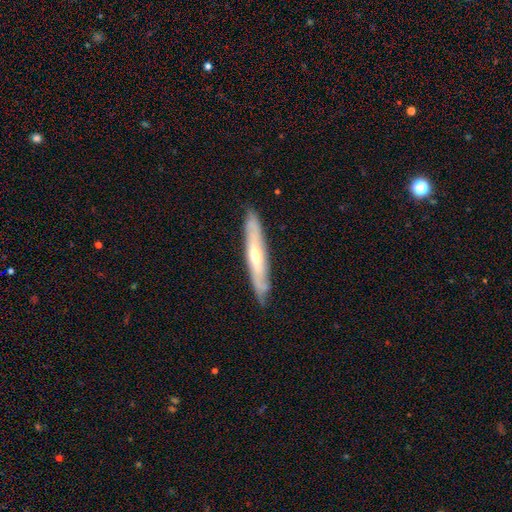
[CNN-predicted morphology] This appears to be a featured or disk galaxy (62%) viewed edge-on (69%). Merging: none (84%).